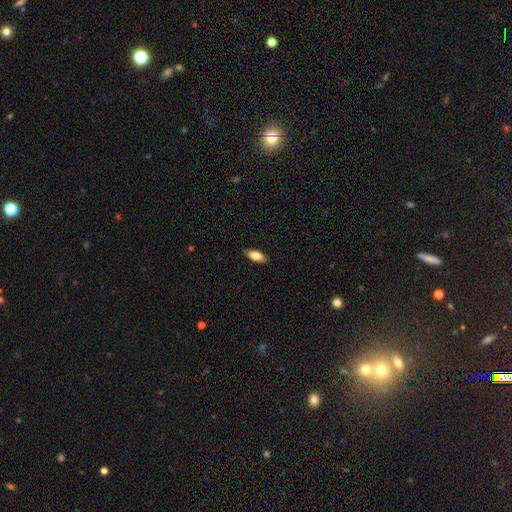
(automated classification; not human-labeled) smooth_or_featured: smooth (p=0.81) [alt: featured or disk p=0.12]
how_rounded: in between (p=0.81) [alt: cigar-shaped p=0.17]
merging: none (p=0.87) [alt: minor disturbance p=0.10]